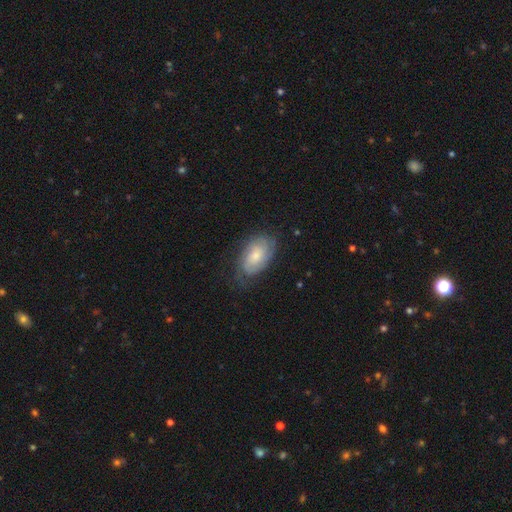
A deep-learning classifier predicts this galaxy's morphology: The model was most divided on "spiral arm count": can't tell: 42%, 2: 34%, 3: 11%, 1: 5%, 4: 4%, more than 4: 3%. More confident: edge-on disk — no (96%); spiral arms — yes (88%); bar — no (73%); merging — none (67%); spiral winding — tight (62%); smooth or featured — featured or disk (61%); bulge size — small (58%).